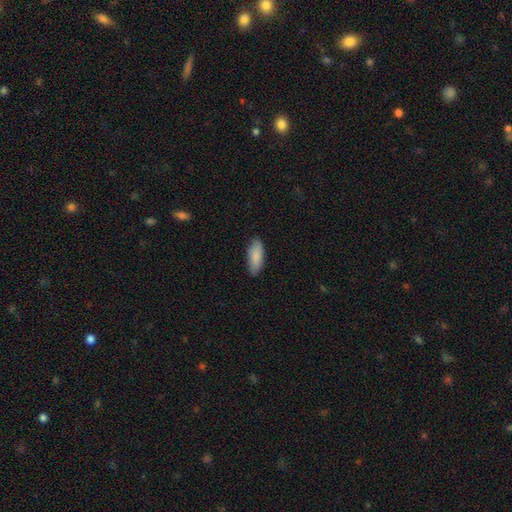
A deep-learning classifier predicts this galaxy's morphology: Smooth or featured? Predicted: smooth (p=0.86). How rounded? Predicted: in between (p=0.77). Merging? Predicted: none (p=0.85).